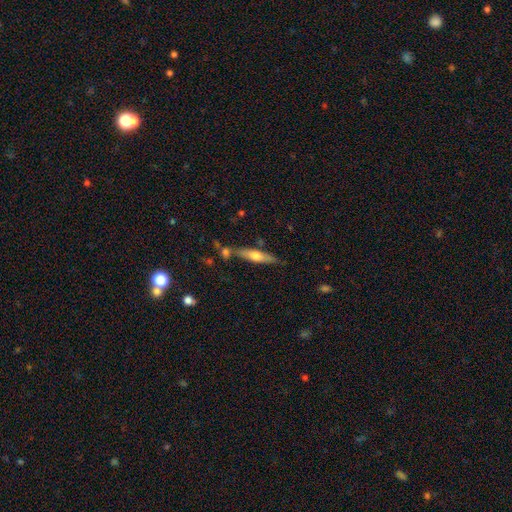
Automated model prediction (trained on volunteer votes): Smooth or featured: smooth — 47% (tied with featured or disk — 47%)
Merging: none — 72% (minor disturbance — 14%)